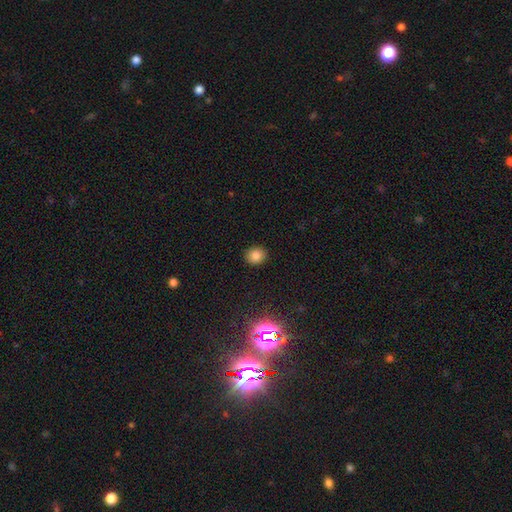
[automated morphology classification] Q: Smooth or featured?
A: smooth (81%); runner-up: star or artifact (13%)
Q: How rounded?
A: round (77%); runner-up: in between (22%)
Q: Merging?
A: none (90%); runner-up: minor disturbance (7%)